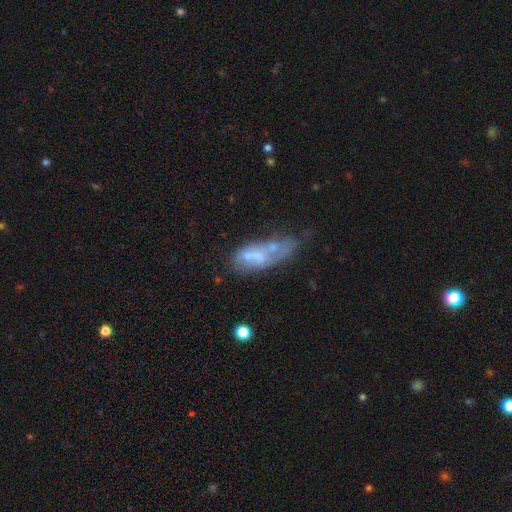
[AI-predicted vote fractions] A smooth galaxy with no disk features (48%). Merging: merger (33%).